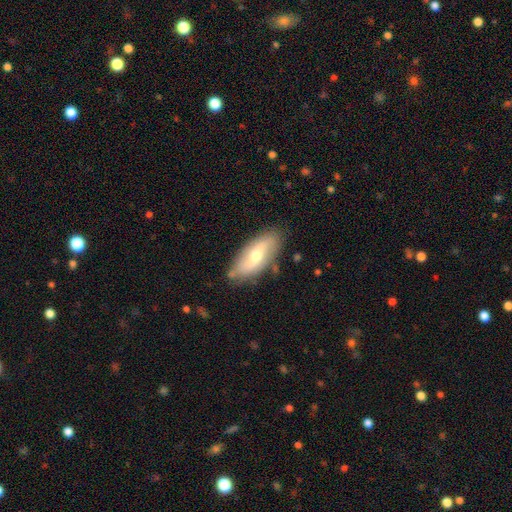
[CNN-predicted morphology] Smooth or featured: featured or disk — 49% (smooth — 45%)
Merging: none — 78% (minor disturbance — 16%)